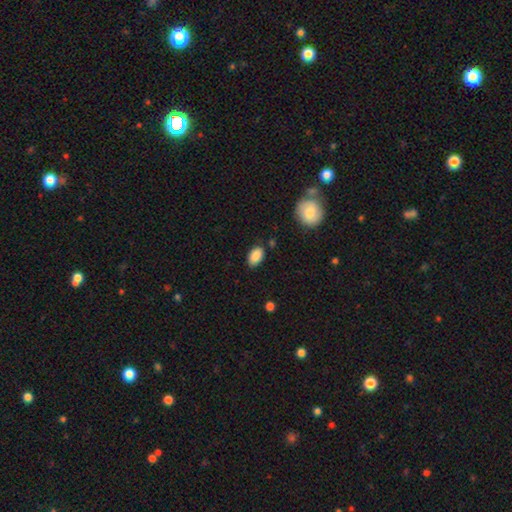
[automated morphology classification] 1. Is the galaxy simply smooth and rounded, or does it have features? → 88% smooth, 8% star or artifact, 5% featured or disk.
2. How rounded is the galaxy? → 92% in between, 6% round, 2% cigar-shaped.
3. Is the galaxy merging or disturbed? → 81% none, 14% minor disturbance, 3% major disturbance, 2% merger.